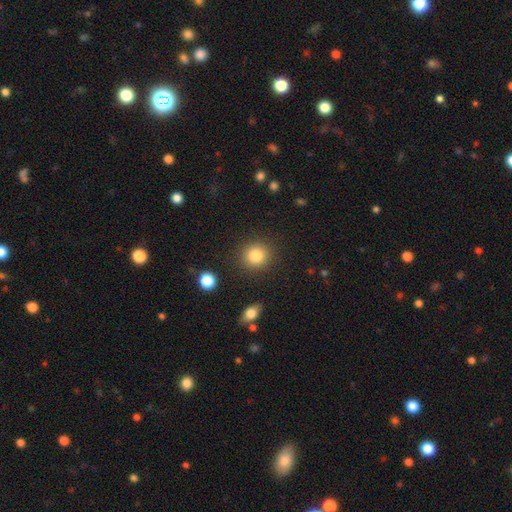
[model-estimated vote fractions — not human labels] smooth 83%, star or artifact 10%, featured or disk 6%. Down the decision tree: how rounded — round (88%); merging — none (88%).